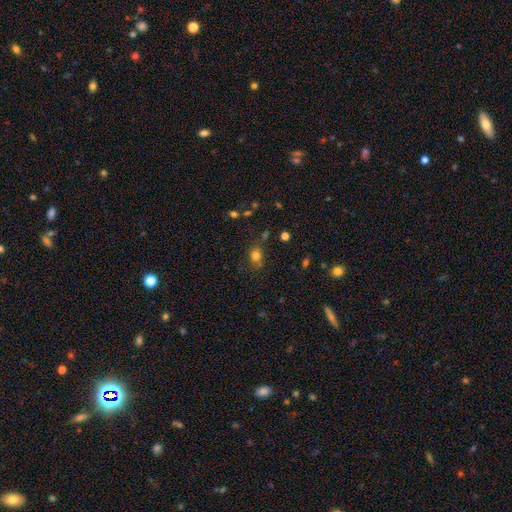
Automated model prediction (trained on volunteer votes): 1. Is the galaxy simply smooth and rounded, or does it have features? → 76% smooth, 17% star or artifact, 7% featured or disk.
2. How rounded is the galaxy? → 54% round, 45% in between, 2% cigar-shaped.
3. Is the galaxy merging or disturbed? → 69% none, 18% minor disturbance, 7% merger, 6% major disturbance.